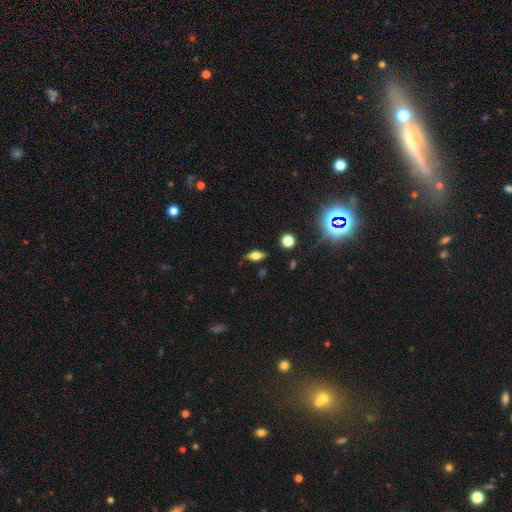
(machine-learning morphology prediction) A smooth galaxy with no disk features (48%). Merging: none (82%).